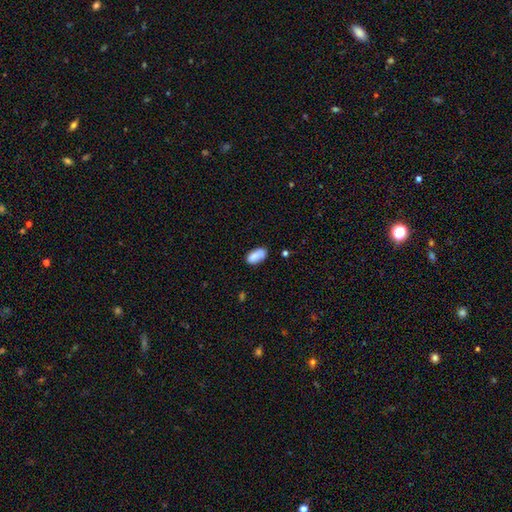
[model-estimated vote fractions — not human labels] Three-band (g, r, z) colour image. It shows a smooth galaxy with no disk features (82%) that is in between round and cigar-shaped (91%). Merging: none (70%).